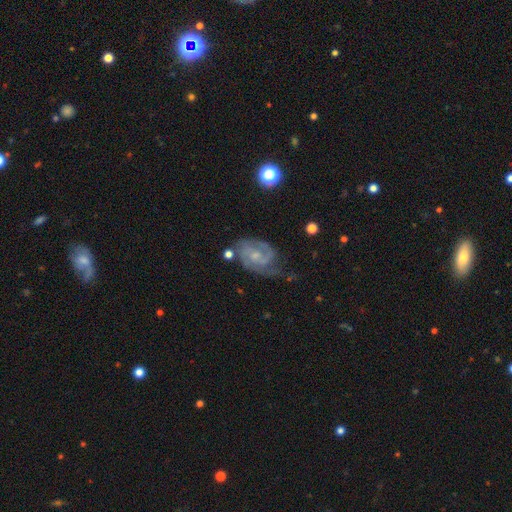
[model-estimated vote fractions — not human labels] Smooth or featured?
  - featured or disk: 82% *
  - smooth: 12%
  - star or artifact: 6%
Edge-on disk?
  - no: 97% *
  - yes: 3%
Bar?
  - no: 59% *
  - weak: 36%
  - strong: 5%
Spiral arms?
  - yes: 94% *
  - no: 6%
Spiral winding?
  - tight: 43% * (tied)
  - medium: 43% * (tied)
  - loose: 13%
Spiral arm count?
  - 2: 60% *
  - can't tell: 17%
  - 3: 12%
  - 1: 7%
  - 4: 3%
  - more than 4: 3%
Bulge size?
  - small: 62% *
  - moderate: 28%
  - none: 7%
  - large: 1%
  - dominant: 1%
Merging?
  - none: 55% *
  - minor disturbance: 26%
  - major disturbance: 15%
  - merger: 4%